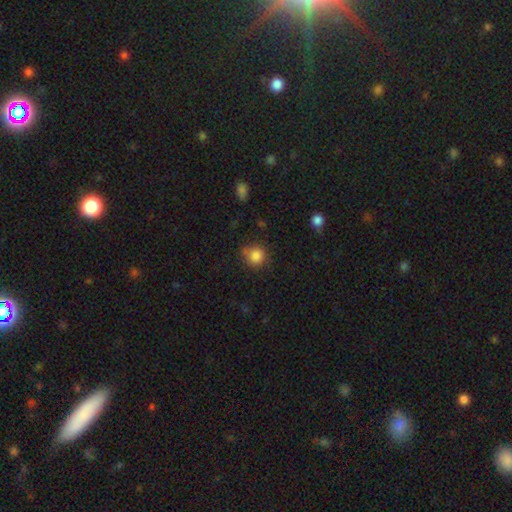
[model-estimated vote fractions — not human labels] Smooth or featured: smooth — 84% (star or artifact — 10%)
How rounded: round — 89% (in between — 10%)
Merging: none — 73% (minor disturbance — 19%)